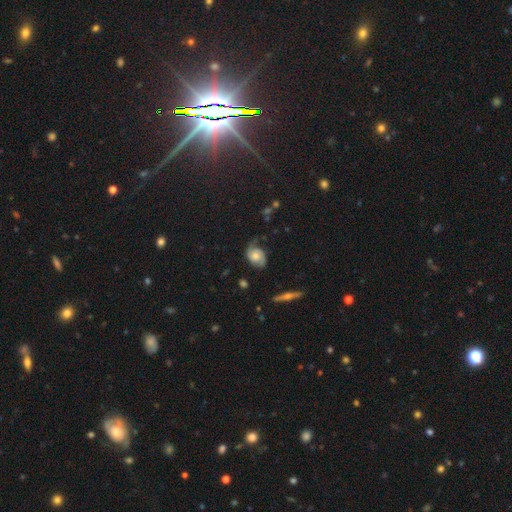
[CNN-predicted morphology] Q: Smooth or featured?
A: featured or disk (64%); runner-up: smooth (29%)
Q: Edge-on disk?
A: no (95%); runner-up: yes (5%)
Q: Bar?
A: no (73%); runner-up: weak (23%)
Q: Spiral arms?
A: yes (91%); runner-up: no (9%)
Q: Spiral winding?
A: medium (40%); runner-up: loose (32%)
Q: Spiral arm count?
A: 2 (75%); runner-up: 1 (14%)
Q: Bulge size?
A: moderate (43%); runner-up: small (27%)
Q: Merging?
A: none (55%); runner-up: minor disturbance (28%)